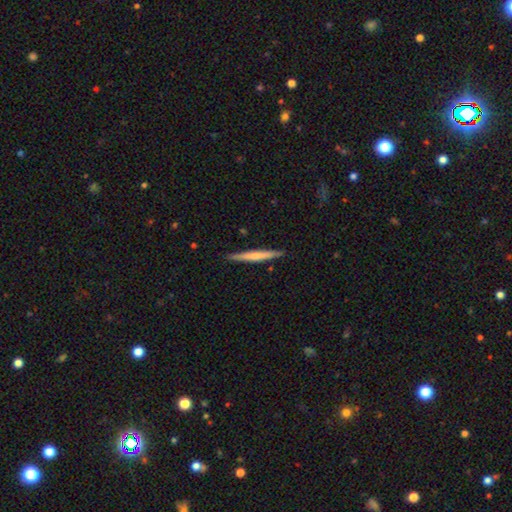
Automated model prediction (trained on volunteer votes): Overall: smooth (50%; featured or disk 45%). How rounded: cigar-shaped (96%). Merging: none (90%).